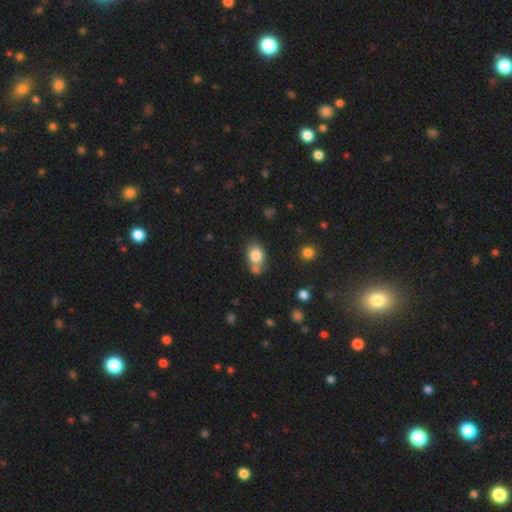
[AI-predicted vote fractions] Smooth or featured? smooth (81%)
How rounded? in between (58%)
Merging? none (47%)